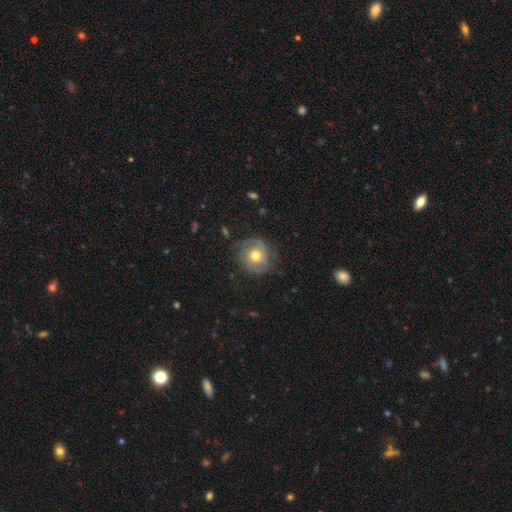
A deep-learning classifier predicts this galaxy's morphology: type=featured or disk (65%); edge-on=no (97%); bar=no (77%); spiral arms=yes (84%); winding=tight (50%); arm count=2 (63%); bulge=moderate (76%); merging=none (73%).